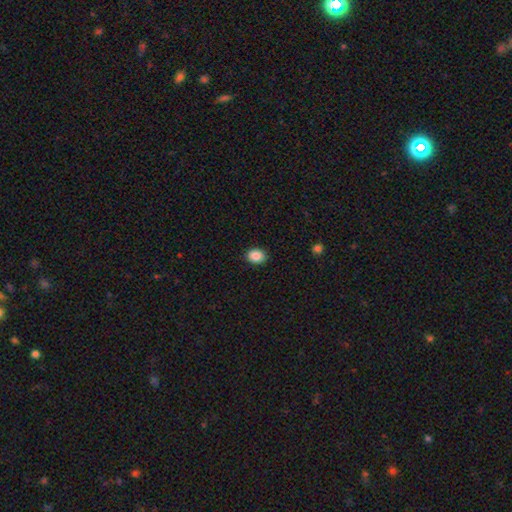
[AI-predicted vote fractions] The model was most divided on "how rounded": round: 50%, in between: 49%, cigar-shaped: 1%. More confident: merging — none (90%); smooth or featured — smooth (87%).